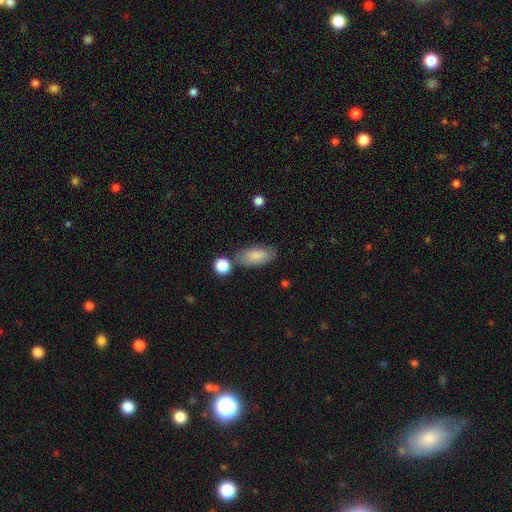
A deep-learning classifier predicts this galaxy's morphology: Smooth or featured? Predicted: smooth (p=0.83). How rounded? Predicted: in between (p=0.91). Merging? Predicted: none (p=0.68).